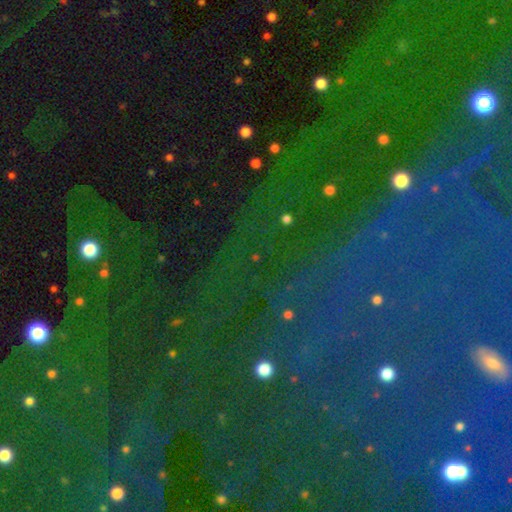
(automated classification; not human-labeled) Morphology: type=star or artifact (82%).